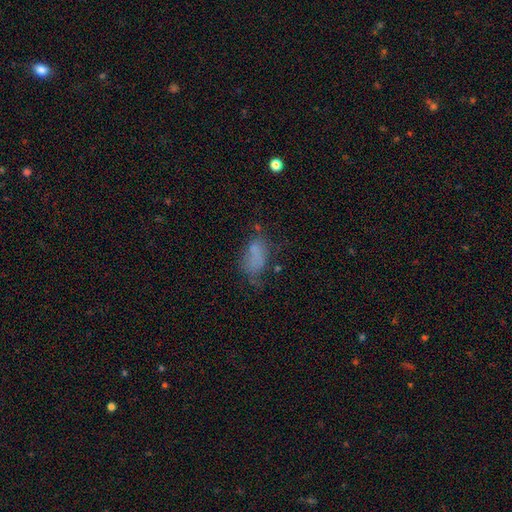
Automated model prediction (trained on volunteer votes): A smooth galaxy with no disk features (64%) that is in between round and cigar-shaped (89%). Merging: none (38%).